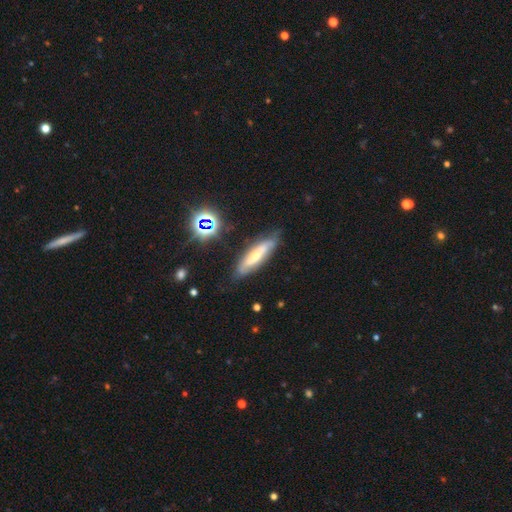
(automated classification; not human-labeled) The model was most divided on "edge-on disk": yes: 55%, no: 45%. More confident: merging — none (73%); smooth or featured — featured or disk (51%).